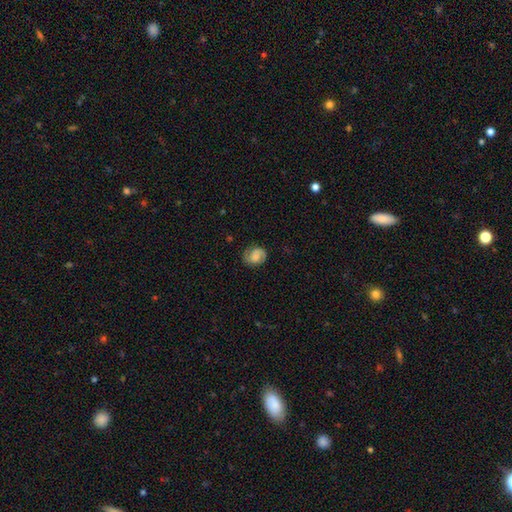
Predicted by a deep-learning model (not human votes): The model was most divided on "bulge size": moderate: 29%, none: 28%, small: 24%, large: 17%, dominant: 3%. Remaining: edge-on disk — no (98%); spiral arms — yes (92%); spiral arm count — 2 (80%); merging — none (75%); smooth or featured — featured or disk (58%); bar — no (57%); spiral winding — medium (44%).